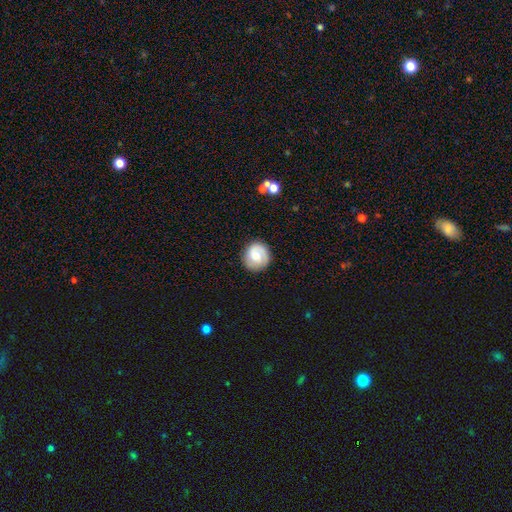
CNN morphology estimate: Overall: smooth (56%; featured or disk 37%). How rounded: round (90%). Merging: none (85%).